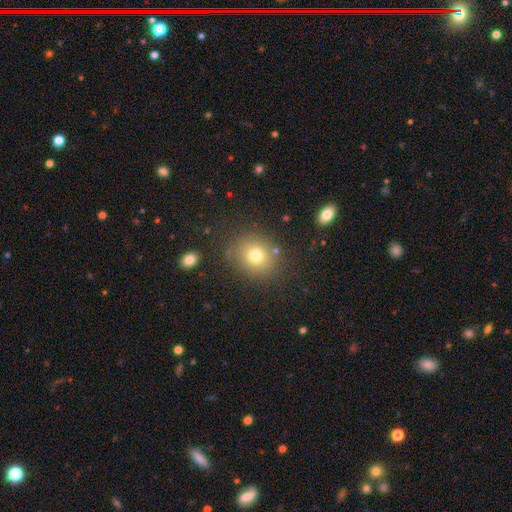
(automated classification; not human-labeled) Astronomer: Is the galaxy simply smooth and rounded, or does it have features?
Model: smooth — 75%.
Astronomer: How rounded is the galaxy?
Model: round — 75%.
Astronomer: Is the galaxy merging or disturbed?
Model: none — 82%.